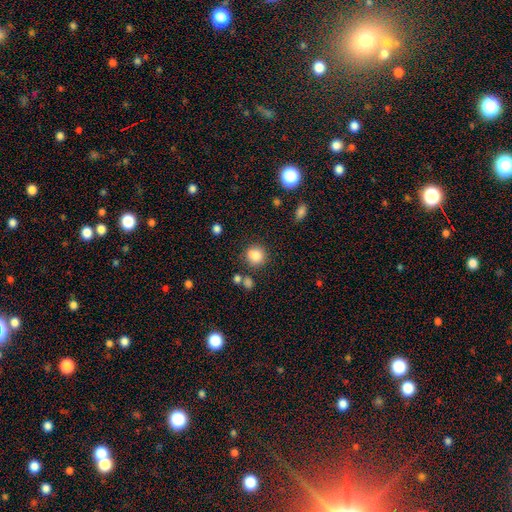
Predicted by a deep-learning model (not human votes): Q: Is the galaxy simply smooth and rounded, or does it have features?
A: smooth — 84%.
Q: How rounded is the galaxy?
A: round — 87%.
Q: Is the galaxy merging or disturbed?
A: none — 80%.